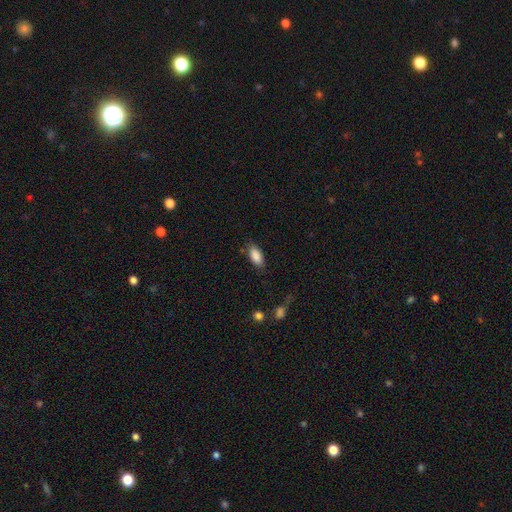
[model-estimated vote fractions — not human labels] Q: Smooth or featured?
A: smooth (88%); runner-up: star or artifact (7%)
Q: How rounded?
A: in between (88%); runner-up: cigar-shaped (10%)
Q: Merging?
A: none (81%); runner-up: minor disturbance (14%)